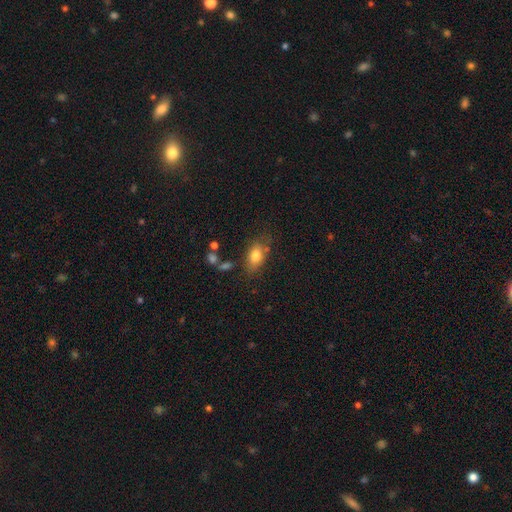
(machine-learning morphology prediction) Smooth or featured? smooth (79%)
How rounded? in between (83%)
Merging? none (68%)